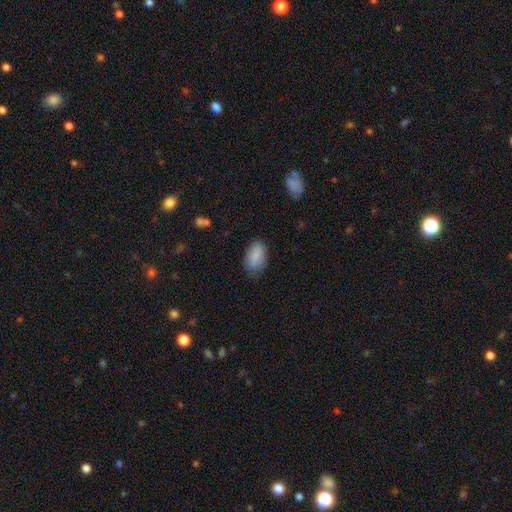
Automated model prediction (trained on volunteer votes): A smooth galaxy with no disk features (88%) that is in between round and cigar-shaped (93%).

Vote fractions:
- Smooth or featured? smooth: 88% / star or artifact: 7% / featured or disk: 5%
- How rounded? in between: 93% / round: 5% / cigar-shaped: 2%
- Merging? none: 77% / minor disturbance: 18% / major disturbance: 4% / merger: 1%